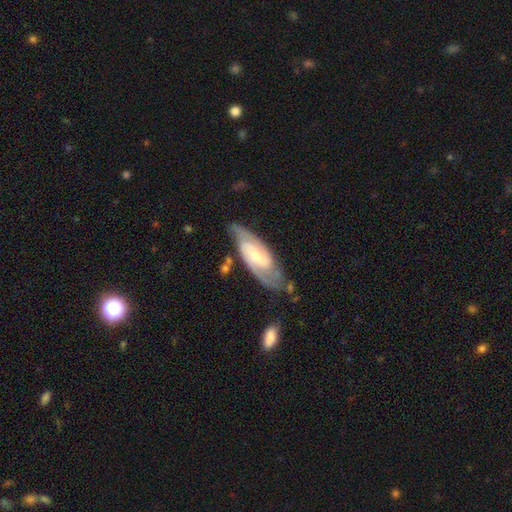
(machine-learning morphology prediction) Smooth or featured?
  - featured or disk: 84% *
  - smooth: 12%
  - star or artifact: 5%
Edge-on disk?
  - no: 92% *
  - yes: 8%
Bar?
  - weak: 47% *
  - no: 27%
  - strong: 26%
Spiral arms?
  - yes: 96% *
  - no: 4%
Spiral winding?
  - medium: 48% *
  - tight: 39%
  - loose: 14%
Spiral arm count?
  - 2: 86% *
  - can't tell: 7%
  - 3: 3%
  - 1: 1%
  - 4: 1%
  - more than 4: 1%
Bulge size?
  - small: 51% *
  - moderate: 43%
  - large: 3%
  - none: 2%
  - dominant: 1%
Merging?
  - none: 72% *
  - minor disturbance: 19%
  - major disturbance: 6%
  - merger: 4%